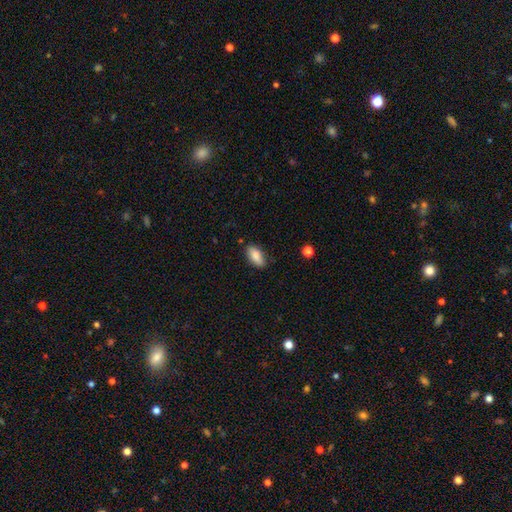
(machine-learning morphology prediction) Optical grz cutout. It shows a smooth galaxy with no disk features (83%) that is in between round and cigar-shaped (86%). Merging: none (81%).